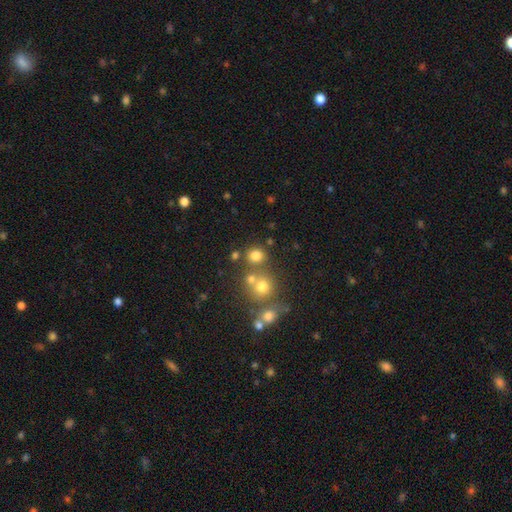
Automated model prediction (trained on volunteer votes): Overall: smooth (75%). How rounded: round (80%). Merging: none (70%).